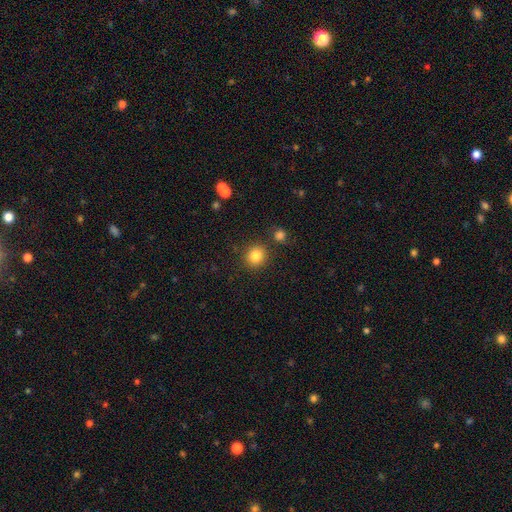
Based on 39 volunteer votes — Smooth or featured: smooth — 87% (featured or disk — 8%)
How rounded: round — 97% (in between — 3%)
Merging: none — 97% (minor disturbance — 3%)